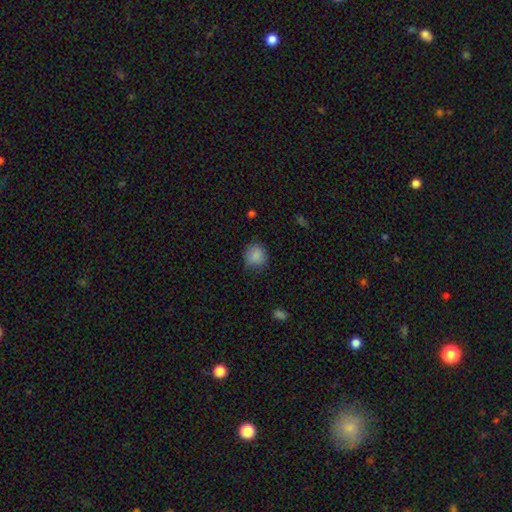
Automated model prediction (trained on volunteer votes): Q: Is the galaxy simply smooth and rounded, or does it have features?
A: smooth — 87%.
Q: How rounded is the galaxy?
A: round — 84%.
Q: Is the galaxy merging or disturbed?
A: none — 78%.